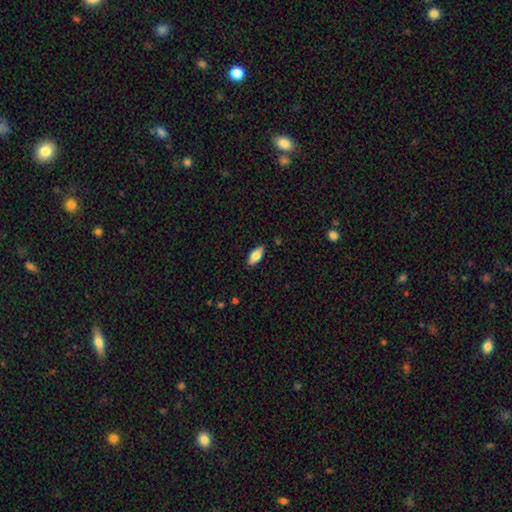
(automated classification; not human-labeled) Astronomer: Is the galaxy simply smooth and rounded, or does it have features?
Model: smooth — 79%.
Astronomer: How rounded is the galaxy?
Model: in between — 83%.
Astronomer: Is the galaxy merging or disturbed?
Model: none — 87%.